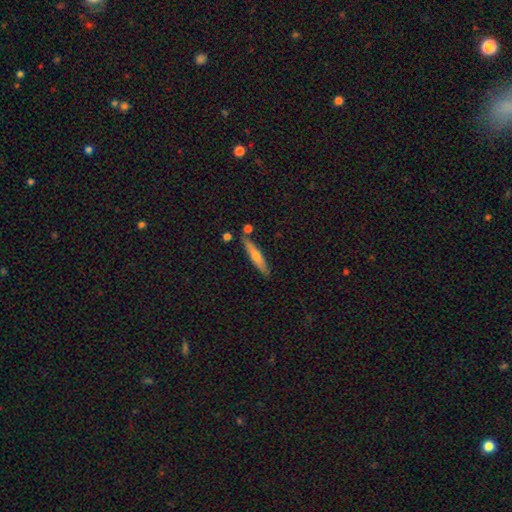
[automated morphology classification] Smooth or featured: featured or disk — 50% (smooth — 42%)
Edge-on disk: yes — 94% (no — 6%)
Merging: none — 83% (minor disturbance — 10%)